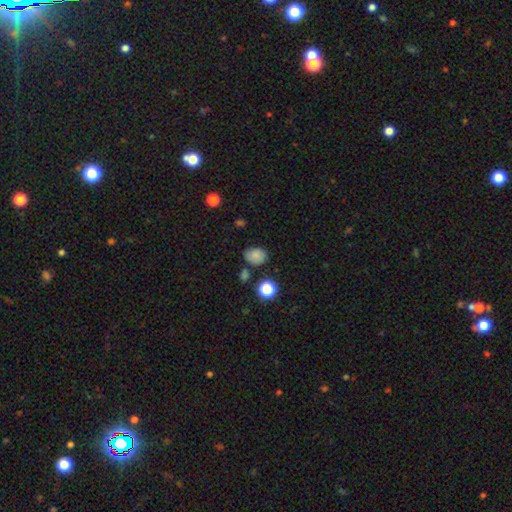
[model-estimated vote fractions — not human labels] Smooth or featured: smooth — 78% (star or artifact — 13%)
How rounded: in between — 53% (round — 46%)
Merging: none — 71% (minor disturbance — 19%)